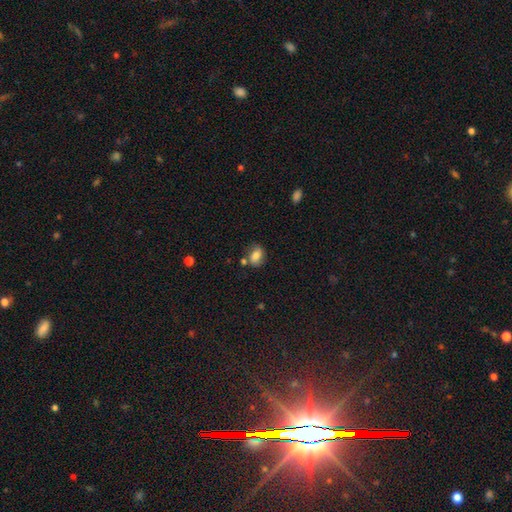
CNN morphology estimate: smooth-or-featured: smooth: 78% | featured or disk: 13% | star or artifact: 10%
  how-rounded: in between: 74% | round: 24% | cigar-shaped: 2%
  merging: none: 63% | minor disturbance: 20% | merger: 12% | major disturbance: 6%